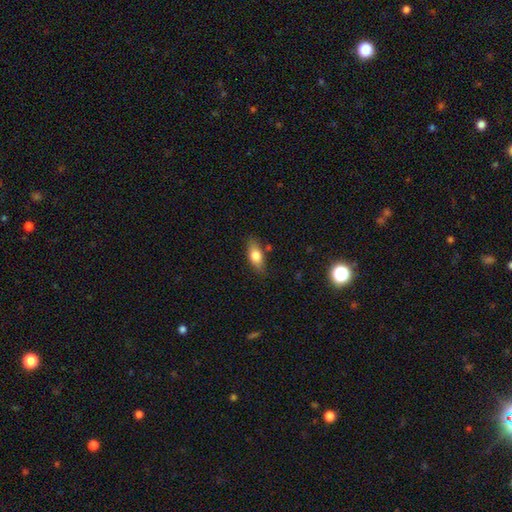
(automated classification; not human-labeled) Overall: smooth (73%). How rounded: in between (80%). Merging: none (79%).